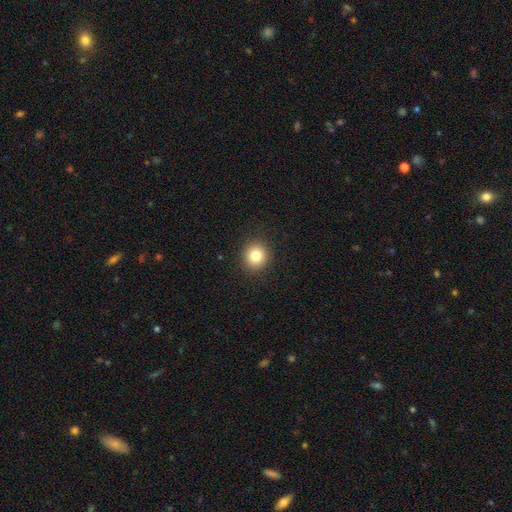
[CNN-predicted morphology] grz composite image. It shows a smooth galaxy with no disk features (82%) that is round (89%). Merging: none (91%).